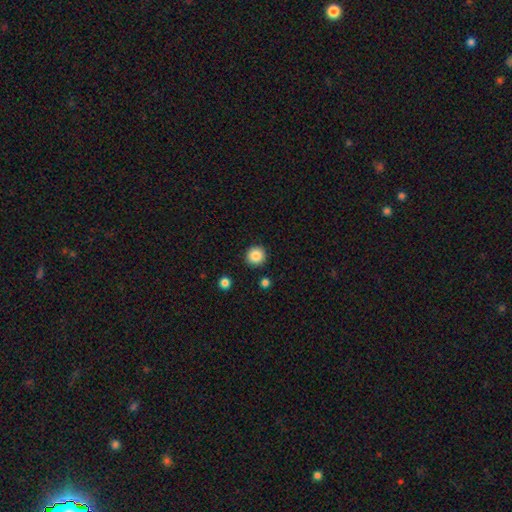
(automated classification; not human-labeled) Smooth or featured? smooth (86%)
How rounded? round (95%)
Merging? none (92%)